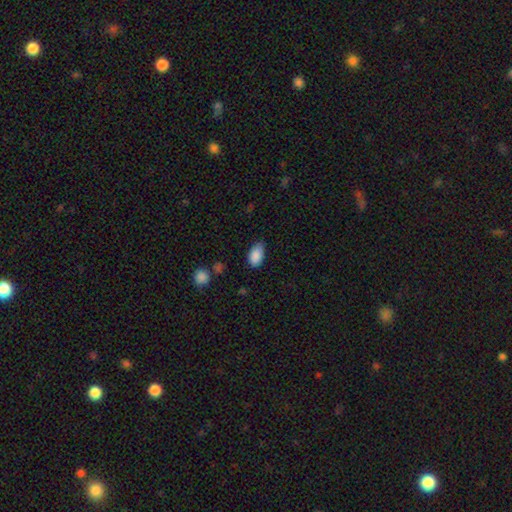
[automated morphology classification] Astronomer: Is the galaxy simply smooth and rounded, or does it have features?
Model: smooth — 88%.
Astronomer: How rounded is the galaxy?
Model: in between — 93%.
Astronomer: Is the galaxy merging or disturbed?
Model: none — 66%.